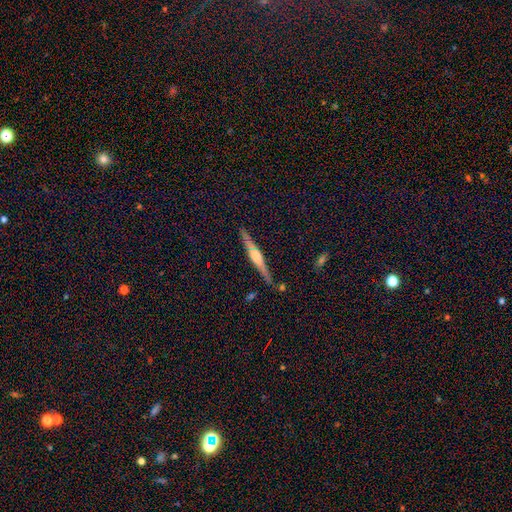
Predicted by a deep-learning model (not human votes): Smooth or featured: featured or disk — 74% (smooth — 20%)
Edge-on disk: yes — 98% (no — 2%)
Edge-on bulge: rounded — 71% (boxy — 22%)
Merging: none — 87% (minor disturbance — 9%)